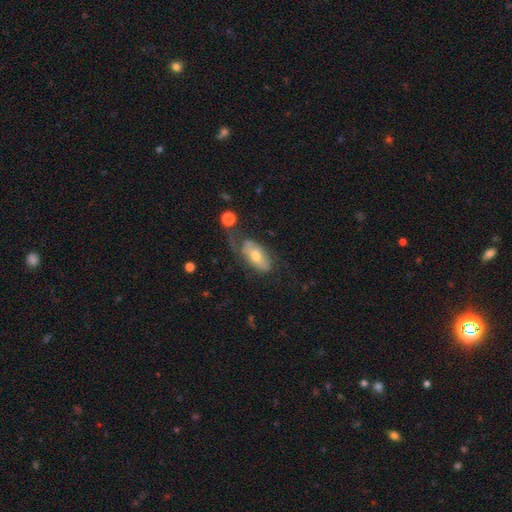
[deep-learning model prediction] Smooth or featured? Predicted: featured or disk (p=0.47). Merging? Predicted: none (p=0.35).